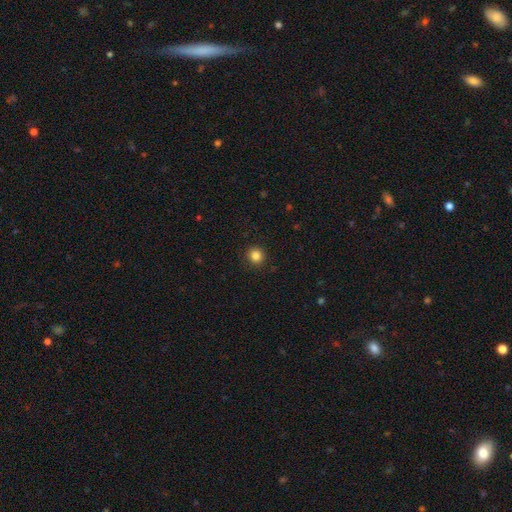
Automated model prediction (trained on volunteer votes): The model was most divided on "smooth or featured": smooth: 84%, star or artifact: 11%, featured or disk: 4%. More confident: how rounded — round (92%); merging — none (92%).